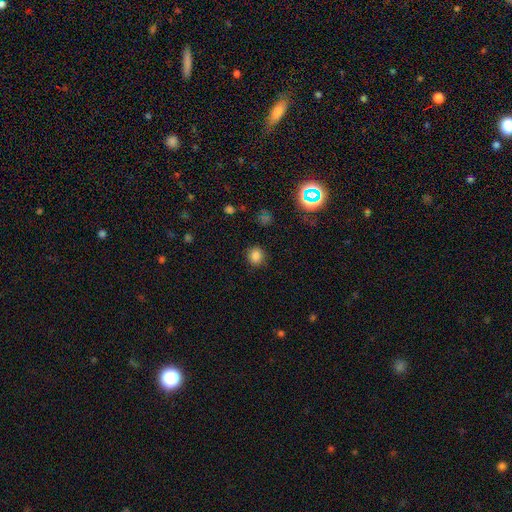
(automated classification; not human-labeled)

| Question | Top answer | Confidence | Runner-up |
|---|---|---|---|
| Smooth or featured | smooth | 81% | star or artifact (14%) |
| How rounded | round | 81% | in between (18%) |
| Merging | none | 88% | minor disturbance (8%) |